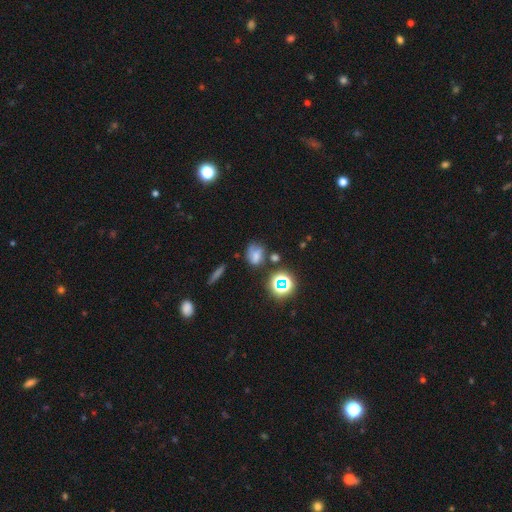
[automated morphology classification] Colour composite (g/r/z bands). It shows a smooth galaxy with no disk features (49%). Merging: none (51%).